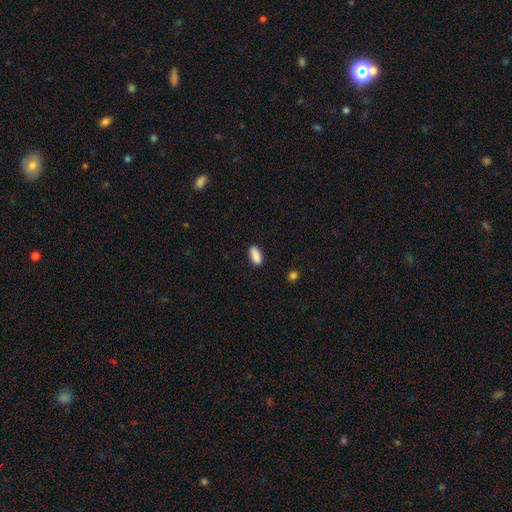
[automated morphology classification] This appears to be a smooth galaxy with no disk features (90%) that is in between round and cigar-shaped (87%). Merging: none (87%).